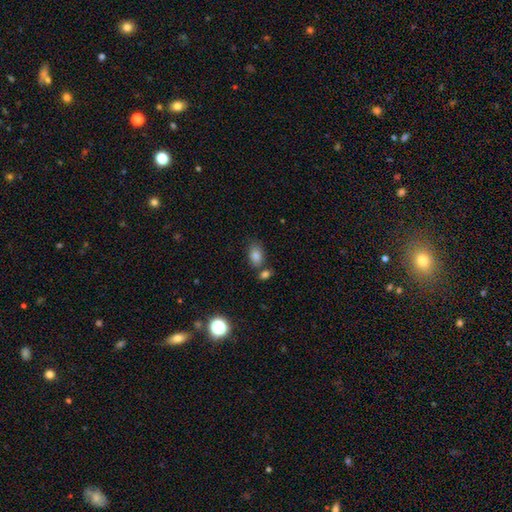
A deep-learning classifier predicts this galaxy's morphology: Smooth or featured: smooth — 81% (star or artifact — 12%)
How rounded: in between — 82% (round — 16%)
Merging: none — 63% (merger — 17%)